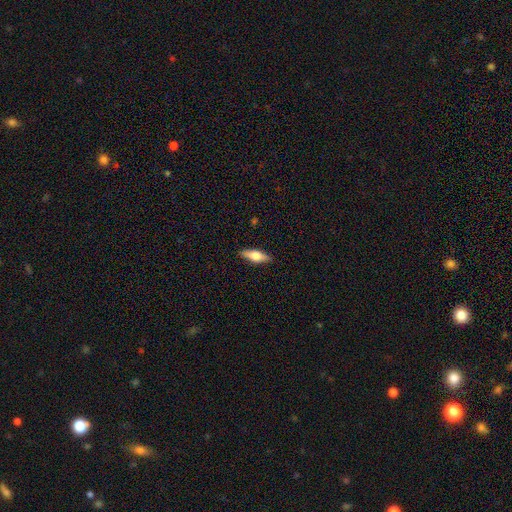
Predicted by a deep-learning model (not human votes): A smooth galaxy with no disk features (52%) that is in between round and cigar-shaped (56%).

Vote fractions:
- Smooth or featured? smooth: 52% / featured or disk: 41% / star or artifact: 6%
- How rounded? in between: 56% / cigar-shaped: 41% / round: 3%
- Merging? none: 89% / minor disturbance: 9% / major disturbance: 2% / merger: 1%